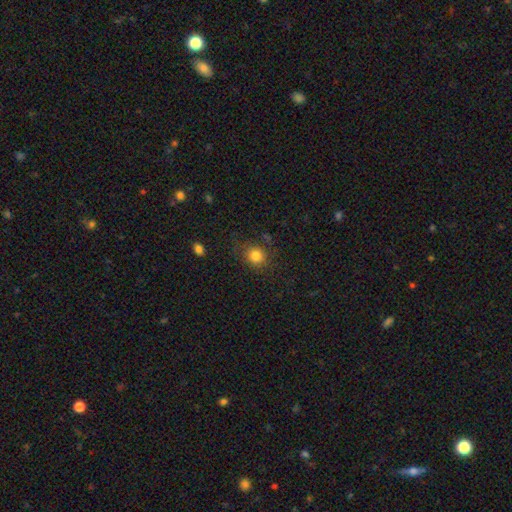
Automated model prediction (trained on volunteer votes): A smooth galaxy with no disk features (82%) that is round (80%).

Vote fractions:
- Smooth or featured? smooth: 82% / star or artifact: 11% / featured or disk: 6%
- How rounded? round: 80% / in between: 19% / cigar-shaped: 1%
- Merging? none: 78% / minor disturbance: 14% / major disturbance: 5% / merger: 2%